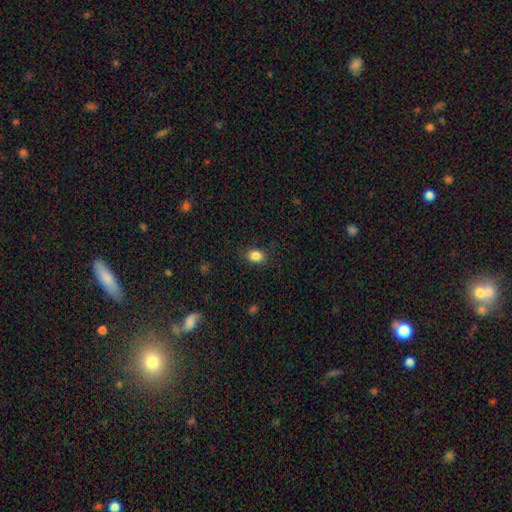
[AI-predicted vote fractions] Smooth or featured?
  - smooth: 86% *
  - star or artifact: 10%
  - featured or disk: 4%
How rounded?
  - in between: 69% *
  - round: 30%
  - cigar-shaped: 1%
Merging?
  - none: 86% *
  - minor disturbance: 10%
  - major disturbance: 3%
  - merger: 1%